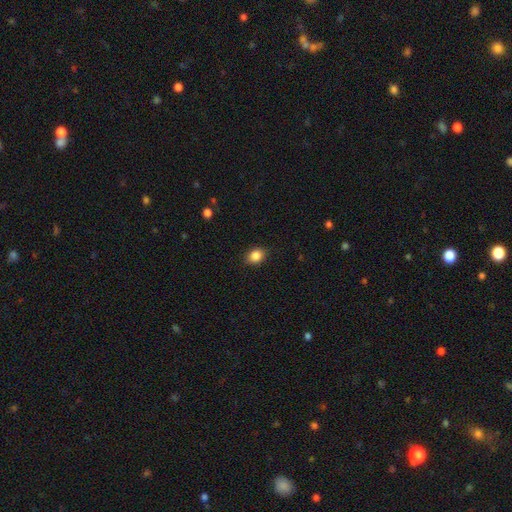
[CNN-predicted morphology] This is clearly a smooth galaxy (86%). How rounded: possibly in between (52%). Merging: clearly none (87%).